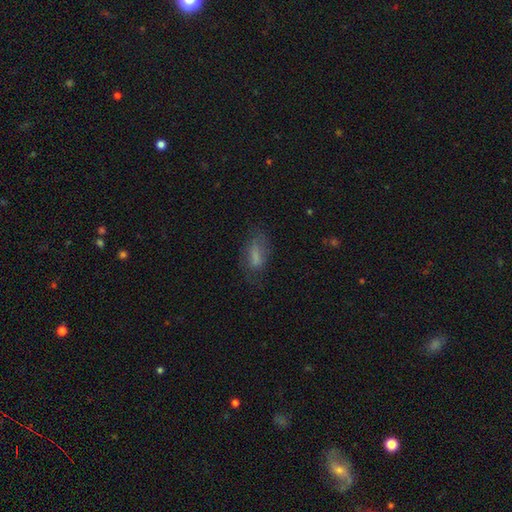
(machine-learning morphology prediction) Smooth or featured?
  - smooth: 63% *
  - featured or disk: 26%
  - star or artifact: 11%
How rounded?
  - in between: 77% *
  - cigar-shaped: 19%
  - round: 4%
Merging?
  - none: 56% *
  - minor disturbance: 24%
  - major disturbance: 18%
  - merger: 2%